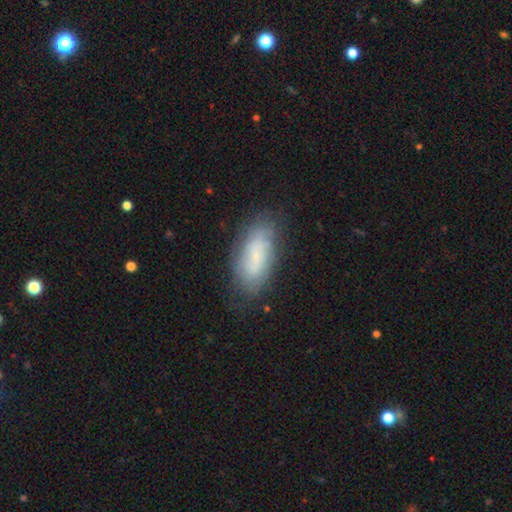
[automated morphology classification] The model was most divided on "smooth or featured": smooth: 53%, featured or disk: 38%, star or artifact: 9%. More confident: how rounded — in between (86%); merging — none (74%).